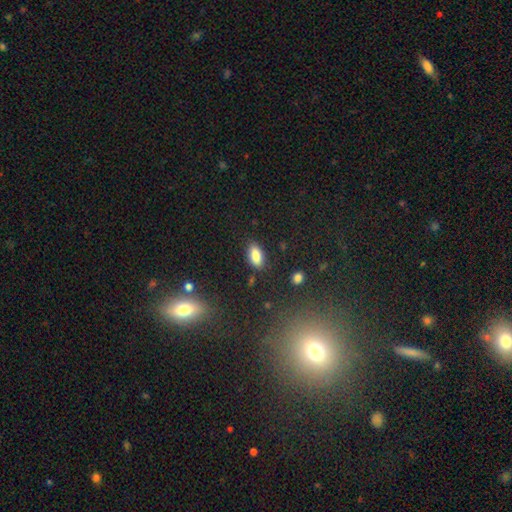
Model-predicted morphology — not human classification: This appears to be a smooth galaxy with no disk features (86%) that is in between round and cigar-shaped (89%). Merging: none (82%).